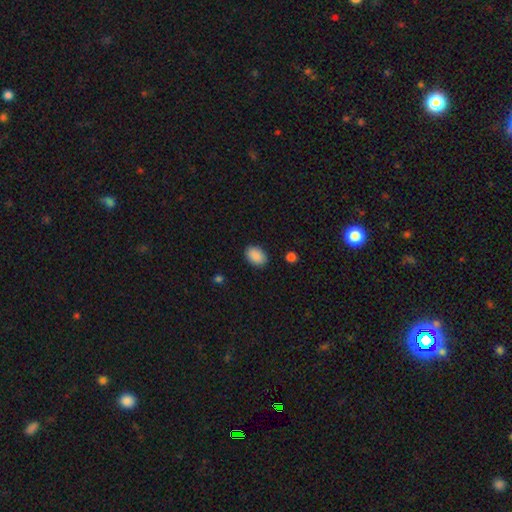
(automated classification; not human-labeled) Smooth or featured?
  - smooth: 90% *
  - star or artifact: 7%
  - featured or disk: 3%
How rounded?
  - in between: 83% *
  - round: 16%
  - cigar-shaped: 1%
Merging?
  - none: 87% *
  - minor disturbance: 9%
  - major disturbance: 2%
  - merger: 1%